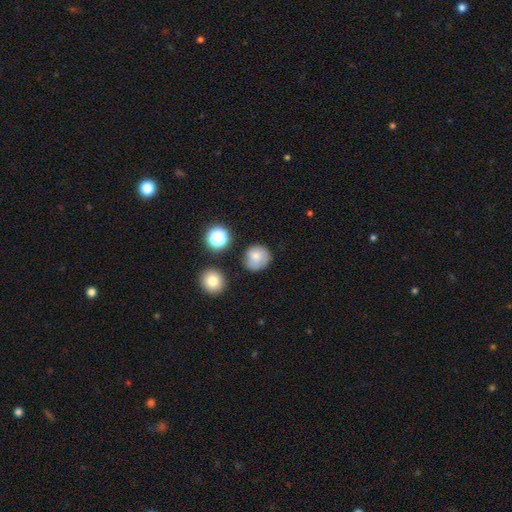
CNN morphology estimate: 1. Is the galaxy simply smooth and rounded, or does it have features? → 74% smooth, 14% featured or disk, 12% star or artifact.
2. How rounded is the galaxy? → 88% round, 11% in between, 1% cigar-shaped.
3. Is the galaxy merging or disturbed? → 73% none, 17% minor disturbance, 5% major disturbance, 5% merger.